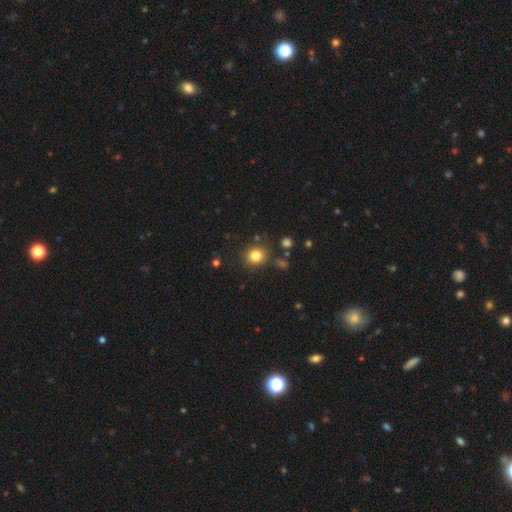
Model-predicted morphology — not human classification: Smooth or featured? Predicted: smooth (p=0.82). How rounded? Predicted: round (p=0.85). Merging? Predicted: none (p=0.84).